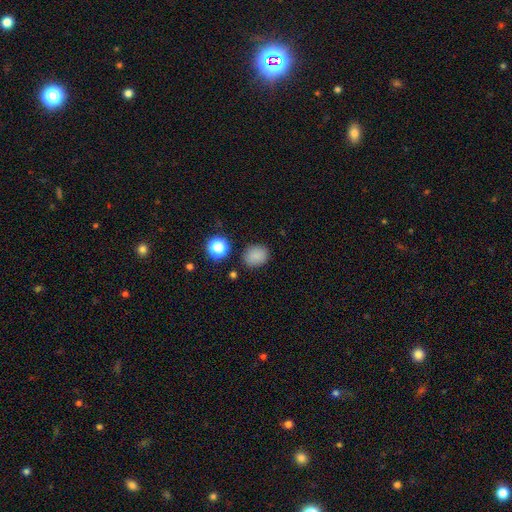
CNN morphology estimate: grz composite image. It shows a smooth galaxy with no disk features (81%) that is round (63%). Merging: none (83%).